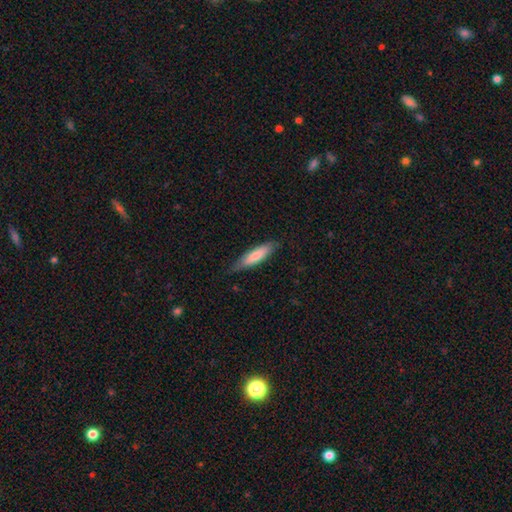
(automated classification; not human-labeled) The model was most divided on "how rounded": cigar-shaped: 68%, in between: 30%, round: 1%. More confident: merging — none (78%); smooth or featured — smooth (75%).